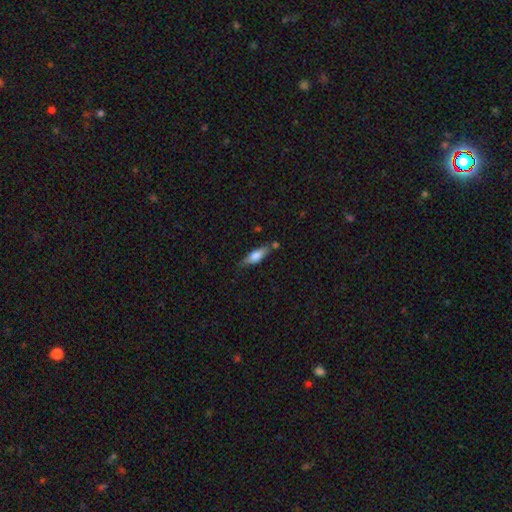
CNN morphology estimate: smooth 63%, featured or disk 30%, star or artifact 7%. Down the decision tree: how rounded — in between (49%); merging — none (67%).